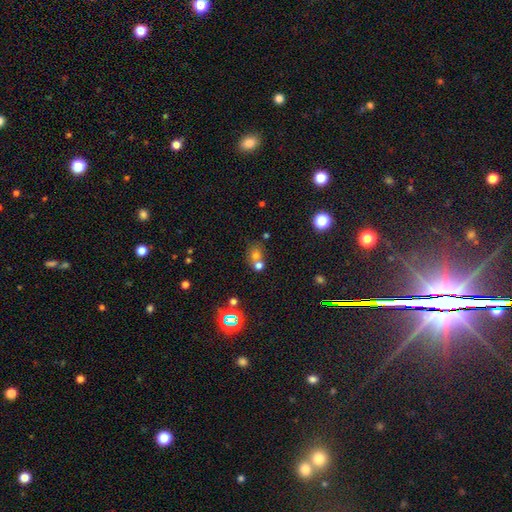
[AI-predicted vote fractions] smooth 63%, star or artifact 23%, featured or disk 14%. Down the decision tree: how rounded — round (67%); merging — merger (49%).